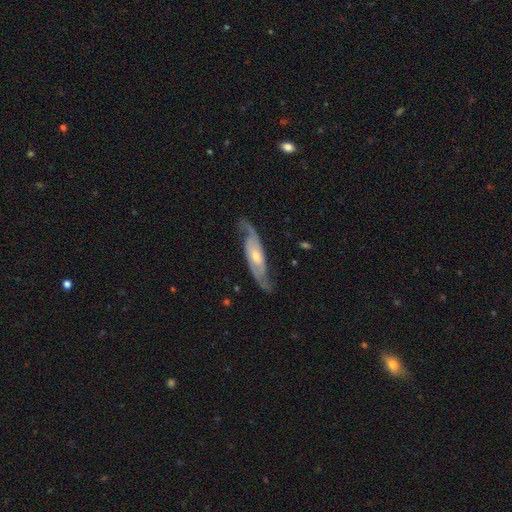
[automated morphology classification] Smooth or featured? featured or disk (86%)
Edge-on disk? no (82%)
Bar? no (53%)
Spiral arms? yes (96%)
Spiral winding? medium (48%)
Spiral arm count? 2 (89%)
Bulge size? moderate (51%)
Merging? none (79%)